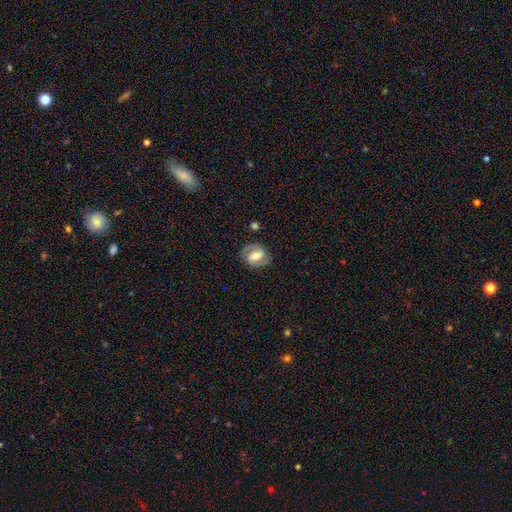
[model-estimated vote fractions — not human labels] The model was most divided on "bar": weak: 42%, strong: 38%, no: 20%. Remaining: edge-on disk — no (97%); spiral arms — yes (89%); spiral arm count — 2 (87%); merging — none (79%); smooth or featured — featured or disk (75%); bulge size — moderate (67%); spiral winding — medium (48%).